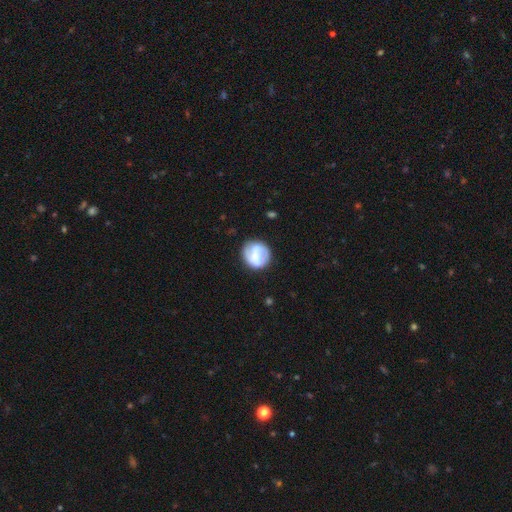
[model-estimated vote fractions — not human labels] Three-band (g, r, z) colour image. It shows a featured or disk galaxy (50%). Merging: none (65%).